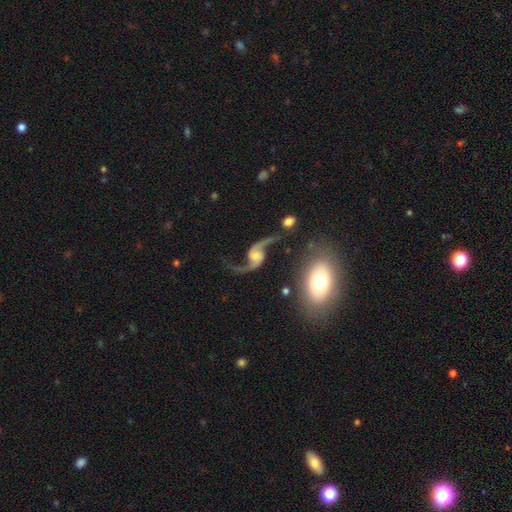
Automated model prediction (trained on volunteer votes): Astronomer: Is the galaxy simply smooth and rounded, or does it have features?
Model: featured or disk — 92%.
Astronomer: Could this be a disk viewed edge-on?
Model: no — 98%.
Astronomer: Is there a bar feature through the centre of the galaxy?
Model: no — 54% (runner-up: weak, 36%).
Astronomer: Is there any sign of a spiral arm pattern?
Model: yes — 97%.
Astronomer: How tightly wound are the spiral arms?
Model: loose — 88%.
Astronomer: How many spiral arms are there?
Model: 2 — 94%.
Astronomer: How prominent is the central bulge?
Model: small — 41% (runner-up: moderate, 33%).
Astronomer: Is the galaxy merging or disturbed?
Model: none — 67%.